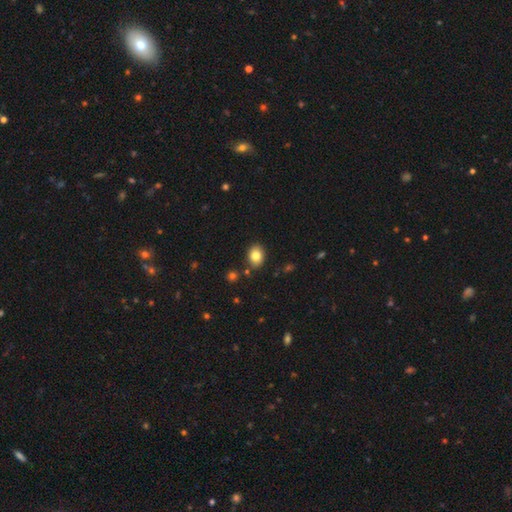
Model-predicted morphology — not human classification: smooth 83%, star or artifact 9%, featured or disk 8%. Down the decision tree: how rounded — in between (67%); merging — none (85%).